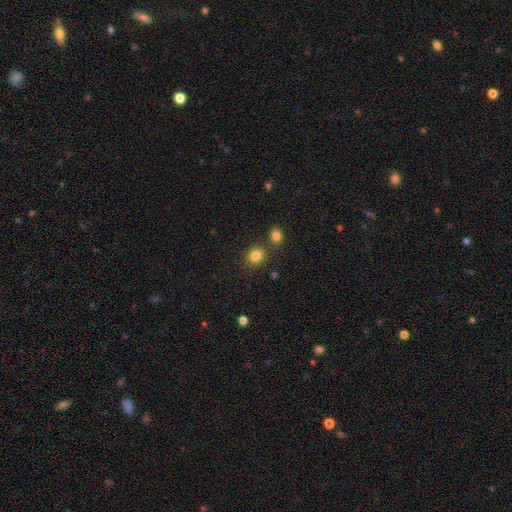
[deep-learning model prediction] A smooth galaxy with no disk features (84%) that is round (70%). Merging: none (76%).